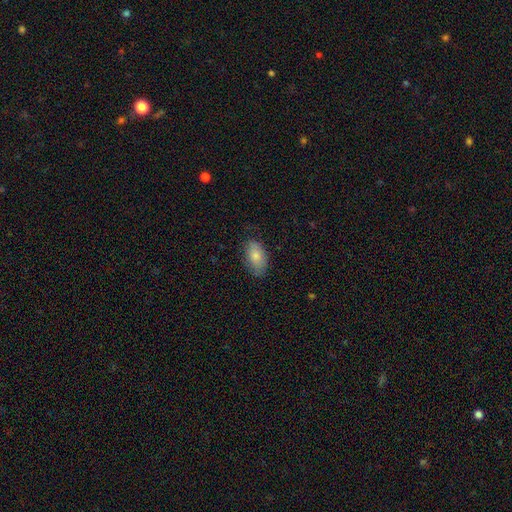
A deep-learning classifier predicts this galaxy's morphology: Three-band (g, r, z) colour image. It shows a smooth galaxy with no disk features (78%) that is in between round and cigar-shaped (92%). Merging: none (75%).